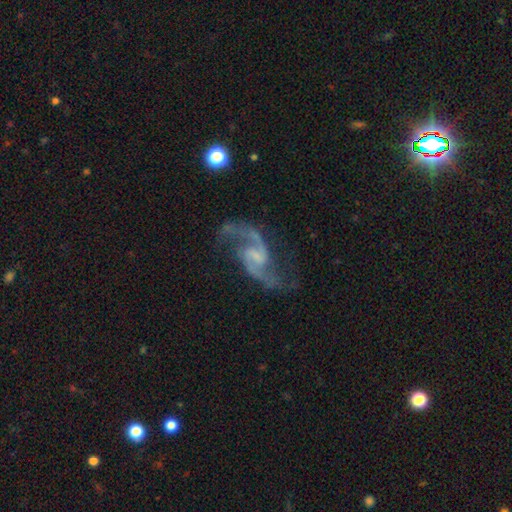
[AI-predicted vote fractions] A featured or disk galaxy (92%) with a weak bar (54%), 2 (94%) loose (55%) spiral arms (98%) and a small central bulge (43%). Merging: none (74%).